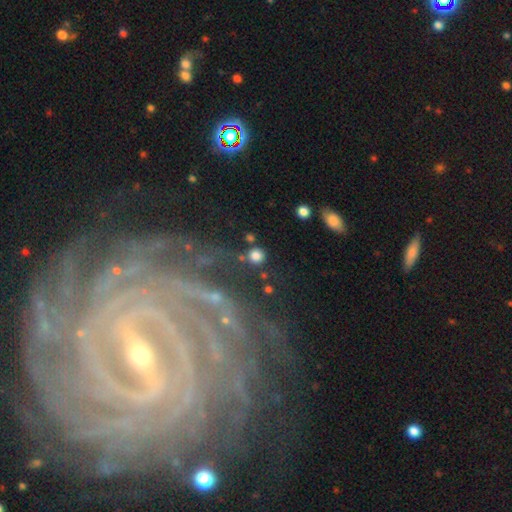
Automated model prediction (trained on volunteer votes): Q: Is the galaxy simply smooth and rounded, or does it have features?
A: smooth — 81%.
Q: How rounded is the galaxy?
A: round — 93%.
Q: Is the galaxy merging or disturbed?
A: none — 82%.